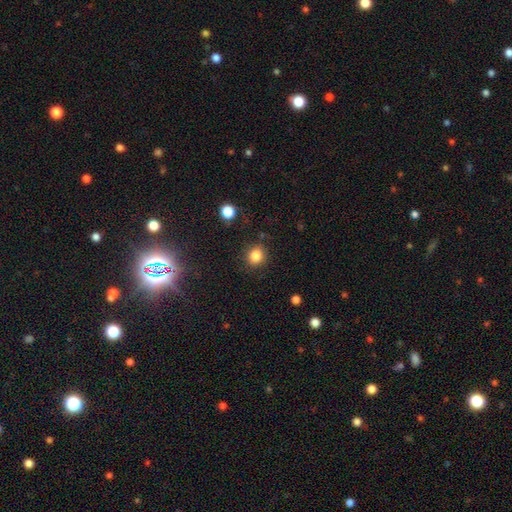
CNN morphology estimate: The model was most divided on "how rounded": round: 80%, in between: 19%, cigar-shaped: 1%. More confident: merging — none (85%); smooth or featured — smooth (84%).